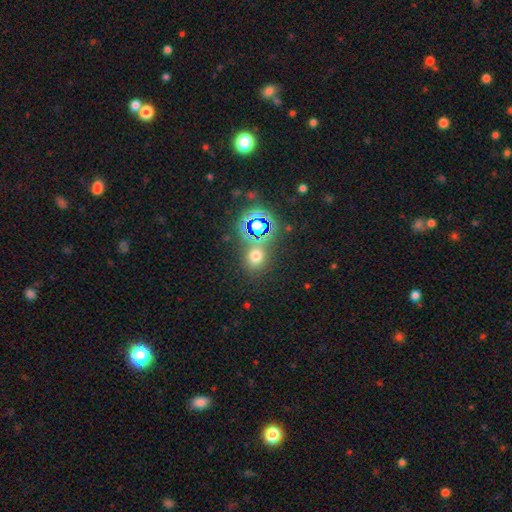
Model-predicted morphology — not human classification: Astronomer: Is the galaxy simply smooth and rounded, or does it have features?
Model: smooth — 61%.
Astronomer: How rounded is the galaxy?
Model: round — 67%.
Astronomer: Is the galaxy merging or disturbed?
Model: none — 74%.